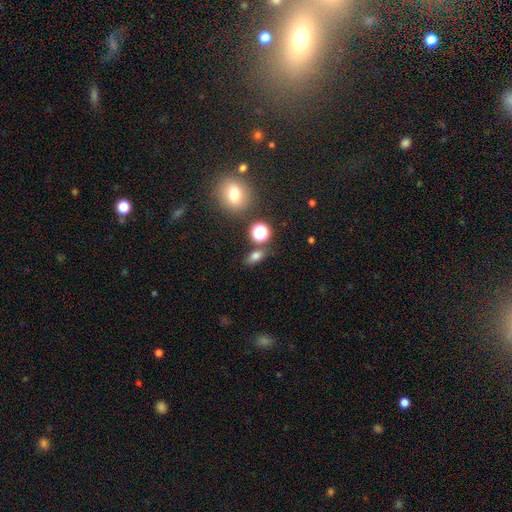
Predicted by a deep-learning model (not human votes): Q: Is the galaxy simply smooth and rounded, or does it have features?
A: smooth — 72%.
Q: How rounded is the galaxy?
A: in between — 69%.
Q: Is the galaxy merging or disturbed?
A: none — 76%.